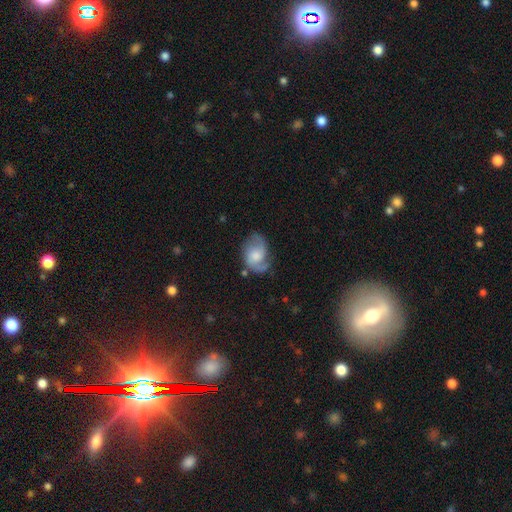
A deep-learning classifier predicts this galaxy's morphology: type=featured or disk (65%); edge-on=no (97%); bar=no (64%); spiral arms=yes (90%); winding=medium (46%); arm count=2 (77%); bulge=moderate (39%); merging=none (55%).